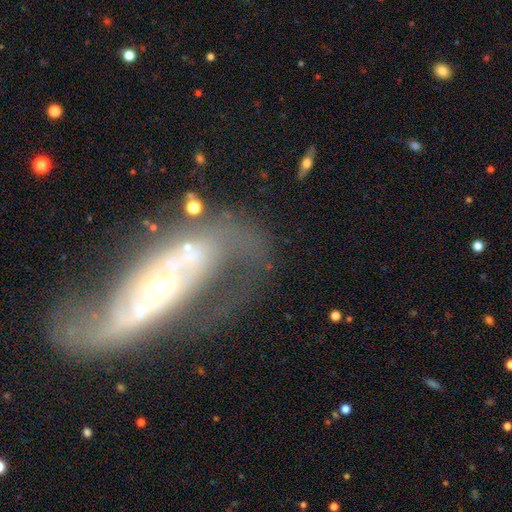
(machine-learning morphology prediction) This appears to be a featured or disk galaxy (82%) with no bar (55%), 2 (78%) medium (40%) spiral arms (84%) and a small central bulge (69%). Merging: none (55%).